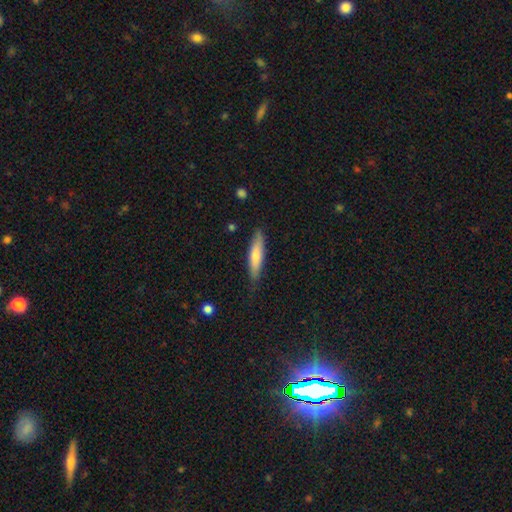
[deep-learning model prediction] Morphology: type=smooth (69%); roundness=cigar-shaped (83%); merging=none (81%).